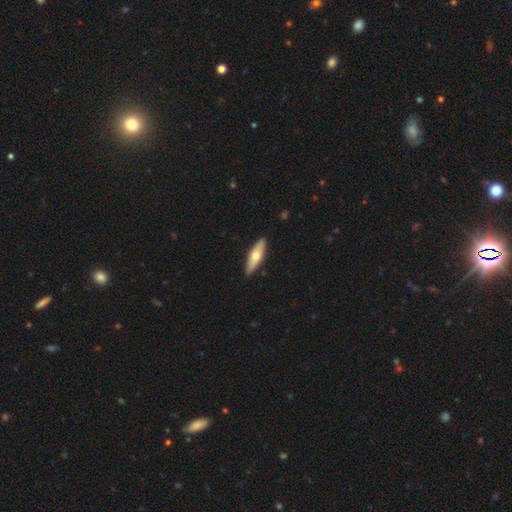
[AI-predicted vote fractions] The model was most divided on "how rounded": cigar-shaped: 57%, in between: 41%, round: 2%. More confident: merging — none (90%); smooth or featured — smooth (58%).